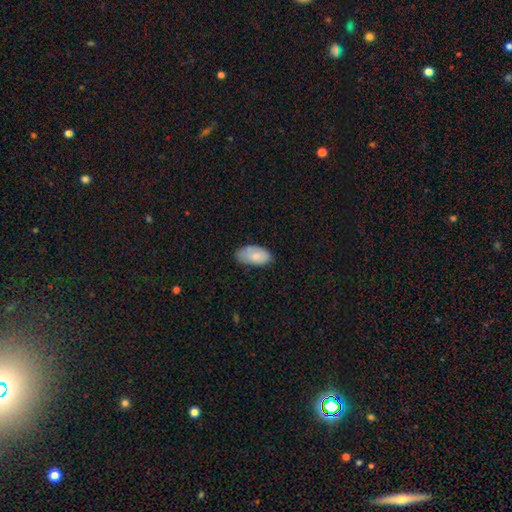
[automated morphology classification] Smooth or featured? Predicted: smooth (p=0.78). How rounded? Predicted: in between (p=0.94). Merging? Predicted: none (p=0.63).